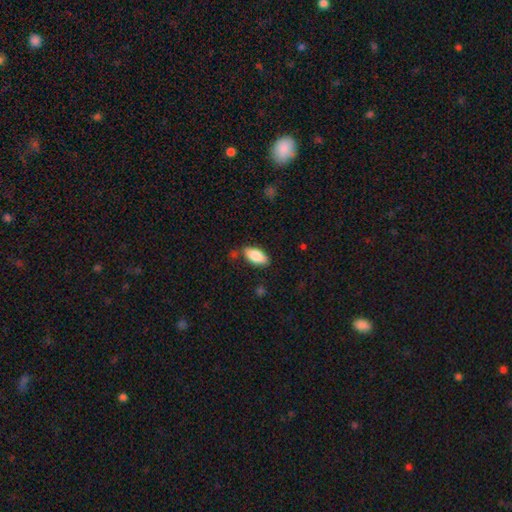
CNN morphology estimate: This is clearly a smooth galaxy (85%). How rounded: clearly in between (90%). Merging: likely none (80%).